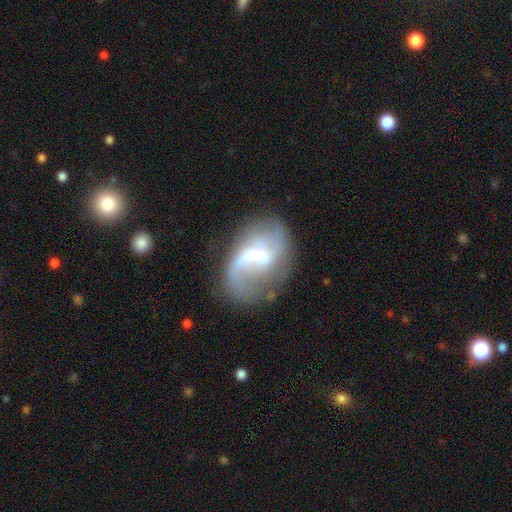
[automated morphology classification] type=featured or disk (73%); edge-on=no (97%); bar=weak (49%); spiral arms=yes (83%); winding=loose (67%); arm count=2 (48%); bulge=small (34%); merging=none (50%).